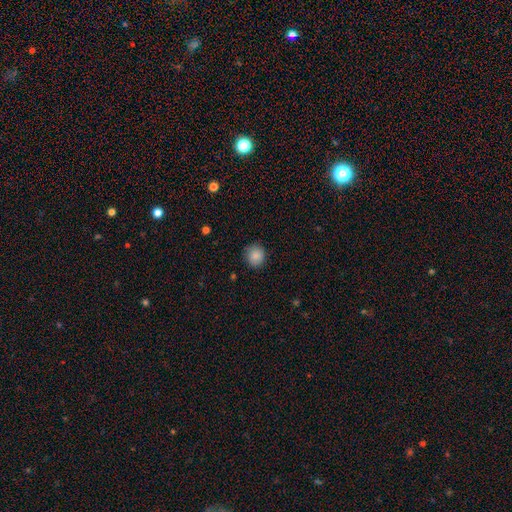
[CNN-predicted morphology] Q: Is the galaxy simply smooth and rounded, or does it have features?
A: smooth — 87%.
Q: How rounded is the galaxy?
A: round — 87%.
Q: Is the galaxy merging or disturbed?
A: none — 86%.